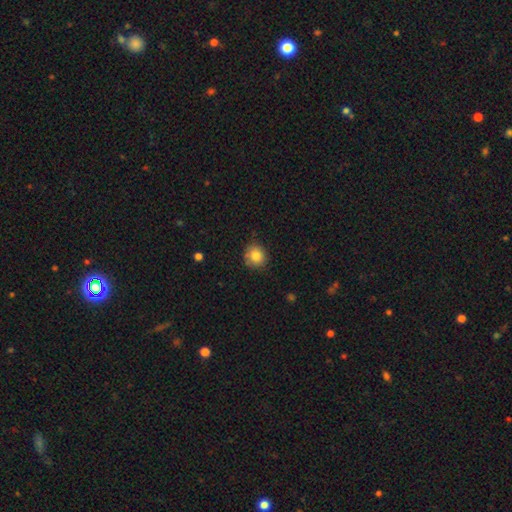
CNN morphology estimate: Q: Smooth or featured?
A: smooth (83%); runner-up: star or artifact (9%)
Q: How rounded?
A: round (84%); runner-up: in between (16%)
Q: Merging?
A: none (77%); runner-up: minor disturbance (18%)